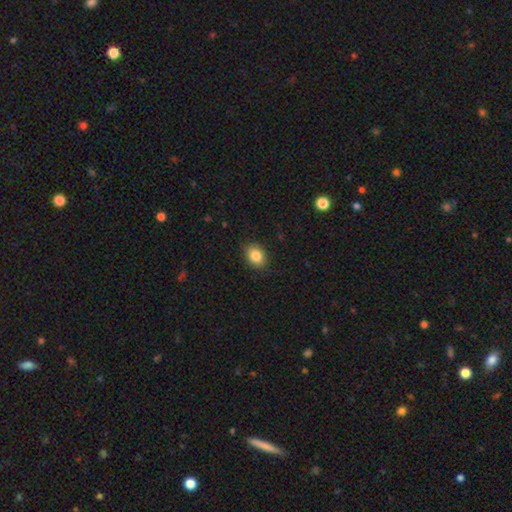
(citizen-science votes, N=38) This is clearly a smooth galaxy (87%). How rounded: likely in between (61%). Merging: clearly none (94%).